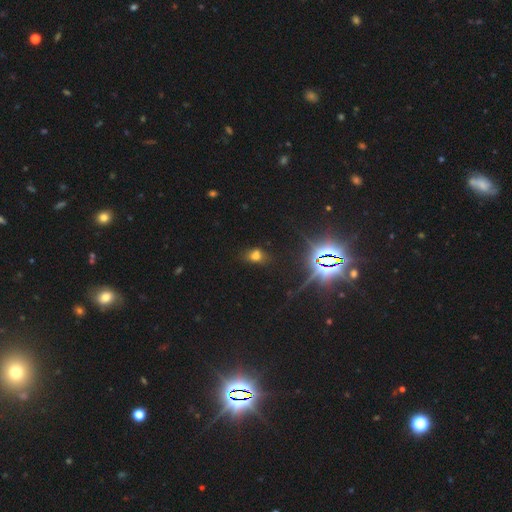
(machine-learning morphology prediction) This appears to be a smooth galaxy with no disk features (57%) that is in between round and cigar-shaped (61%). Merging: none (63%).